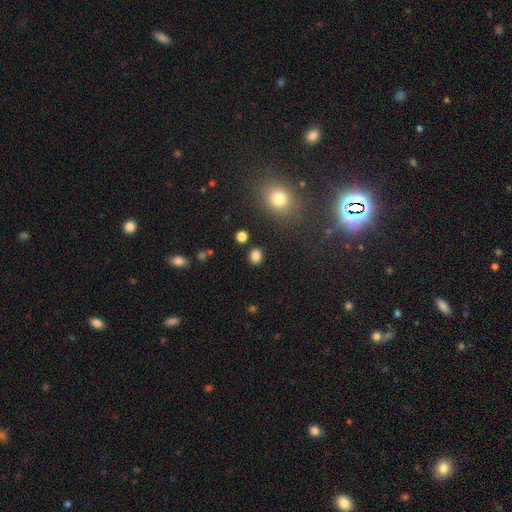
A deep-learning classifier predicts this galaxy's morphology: Smooth or featured?
  - smooth: 82% *
  - star or artifact: 13%
  - featured or disk: 4%
How rounded?
  - round: 72% *
  - in between: 27%
  - cigar-shaped: 1%
Merging?
  - none: 87% *
  - minor disturbance: 7%
  - merger: 3%
  - major disturbance: 3%